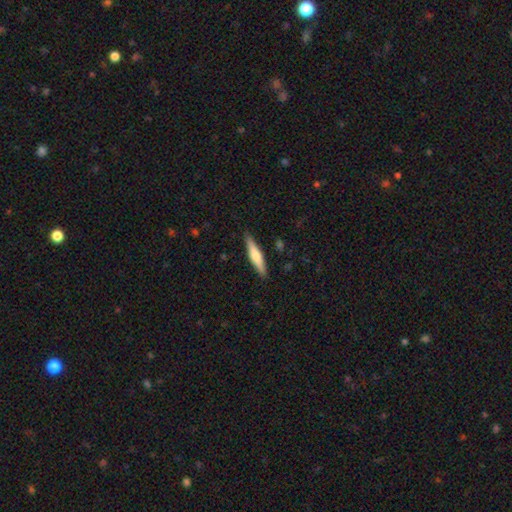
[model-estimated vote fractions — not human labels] Morphology: type=smooth (55%); roundness=cigar-shaped (87%); merging=none (90%).